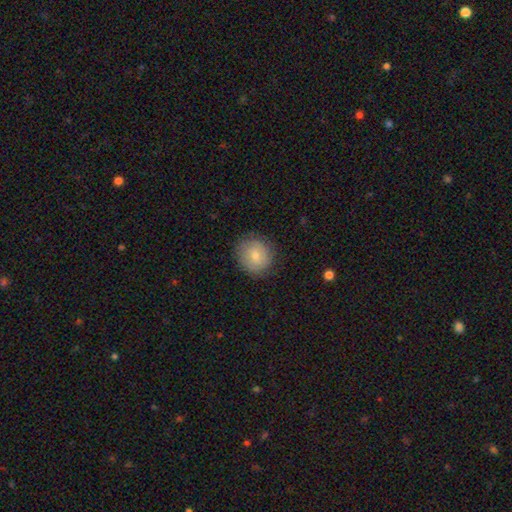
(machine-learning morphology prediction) This is likely a smooth galaxy (71%). How rounded: clearly round (85%). Merging: clearly none (84%).